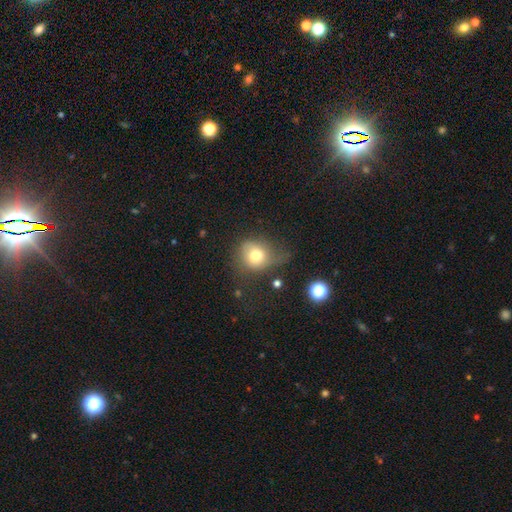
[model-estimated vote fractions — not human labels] This is likely a smooth galaxy (71%). How rounded: likely round (75%). Merging: marginally none (41%).